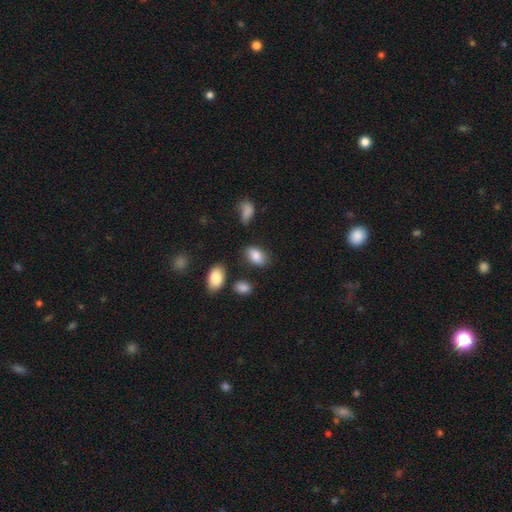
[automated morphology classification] The model was most divided on "merging": none: 76%, minor disturbance: 15%, major disturbance: 4%, merger: 4%. More confident: how rounded — in between (91%); smooth or featured — smooth (85%).